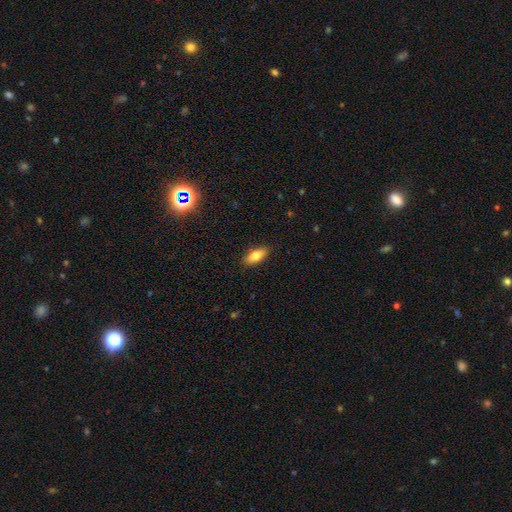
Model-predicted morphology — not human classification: smooth_or_featured: smooth (p=0.78) [alt: featured or disk p=0.15]
how_rounded: in between (p=0.81) [alt: cigar-shaped p=0.17]
merging: none (p=0.89) [alt: minor disturbance p=0.08]